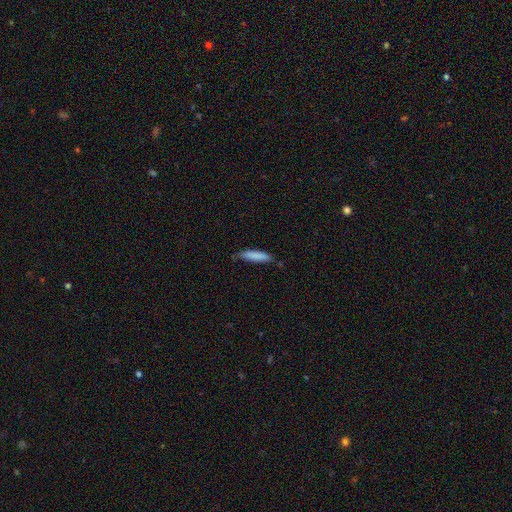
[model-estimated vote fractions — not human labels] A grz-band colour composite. It shows a smooth galaxy with no disk features (84%) that is cigar-shaped (81%). Merging: none (69%).